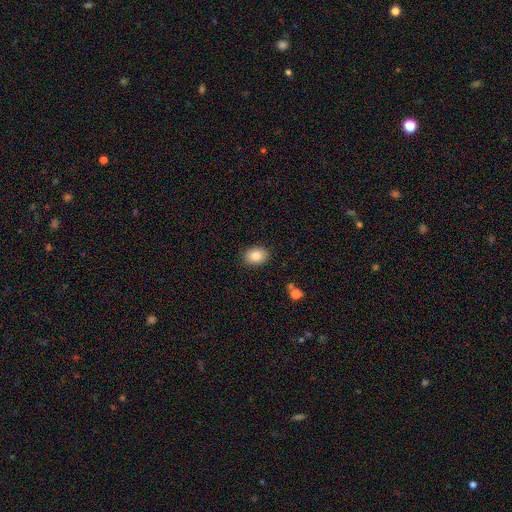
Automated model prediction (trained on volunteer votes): This appears to be a smooth galaxy with no disk features (85%) that is in between round and cigar-shaped (68%). Merging: none (88%).